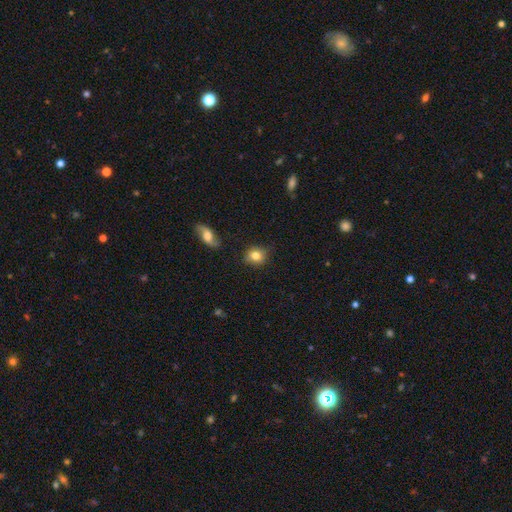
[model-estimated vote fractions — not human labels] A smooth galaxy with no disk features (81%) that is round (71%). Merging: none (78%).